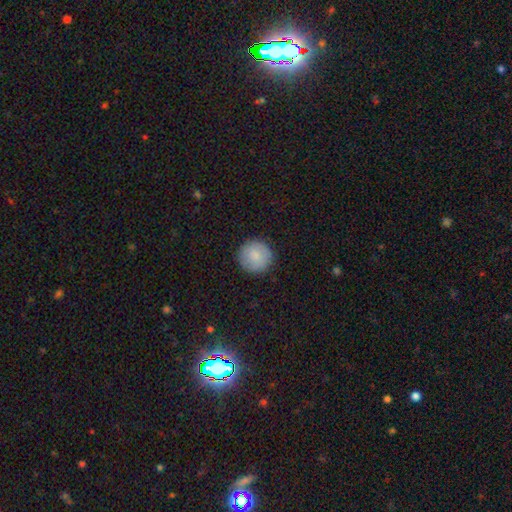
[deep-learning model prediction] This appears to be a smooth galaxy with no disk features (84%) that is round (95%). Merging: none (89%).